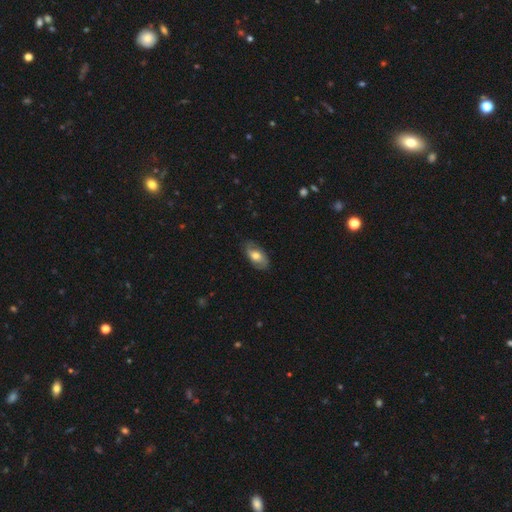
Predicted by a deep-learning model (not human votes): Smooth or featured? smooth (58%)
How rounded? in between (91%)
Merging? none (77%)